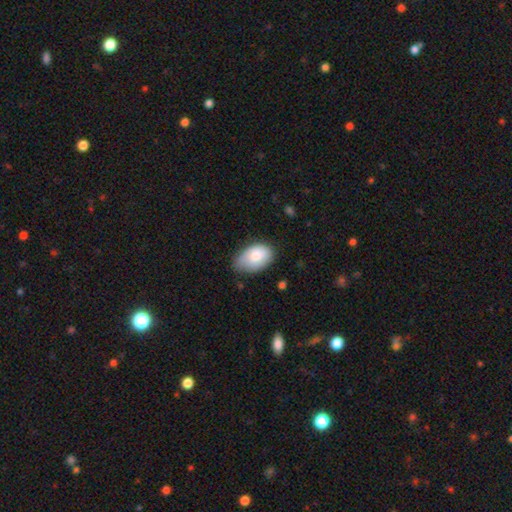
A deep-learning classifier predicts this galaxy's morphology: A smooth galaxy with no disk features (81%) that is in between round and cigar-shaped (91%).

Vote fractions:
- Smooth or featured? smooth: 81% / featured or disk: 13% / star or artifact: 6%
- How rounded? in between: 91% / round: 8% / cigar-shaped: 1%
- Merging? none: 57% / minor disturbance: 35% / major disturbance: 6% / merger: 2%